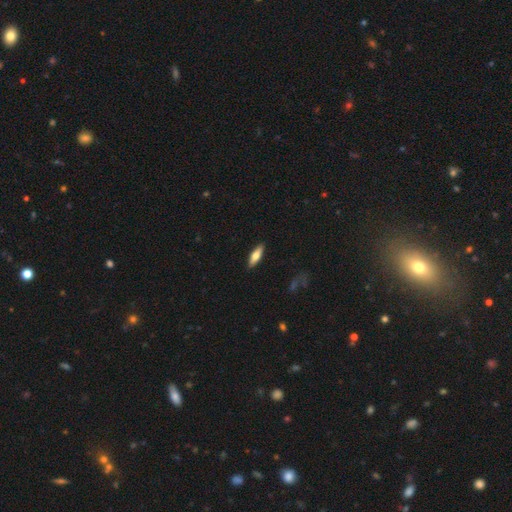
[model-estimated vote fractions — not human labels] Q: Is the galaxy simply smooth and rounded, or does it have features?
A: smooth — 66%.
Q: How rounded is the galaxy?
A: in between — 50%.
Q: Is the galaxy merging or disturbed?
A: none — 90%.